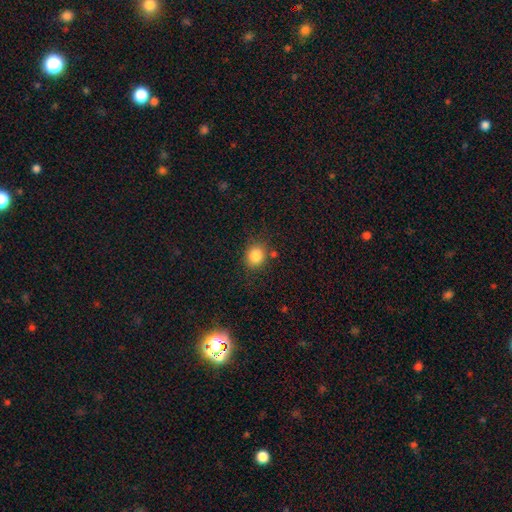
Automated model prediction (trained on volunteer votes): Smooth or featured? Predicted: smooth (p=0.85). How rounded? Predicted: round (p=0.75). Merging? Predicted: none (p=0.79).